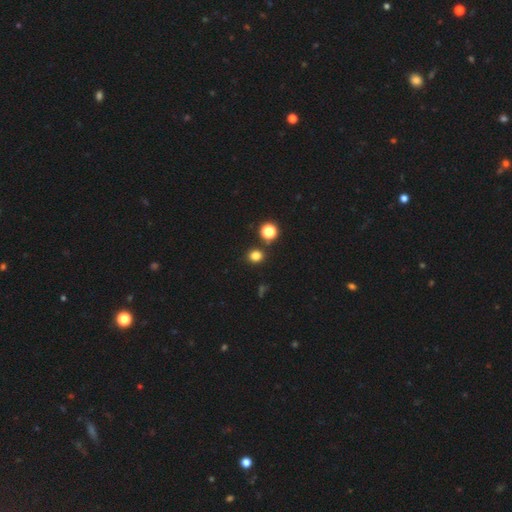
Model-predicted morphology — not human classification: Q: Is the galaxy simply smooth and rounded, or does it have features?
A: smooth — 79%.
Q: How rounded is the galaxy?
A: round — 78%.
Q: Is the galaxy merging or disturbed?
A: none — 83%.